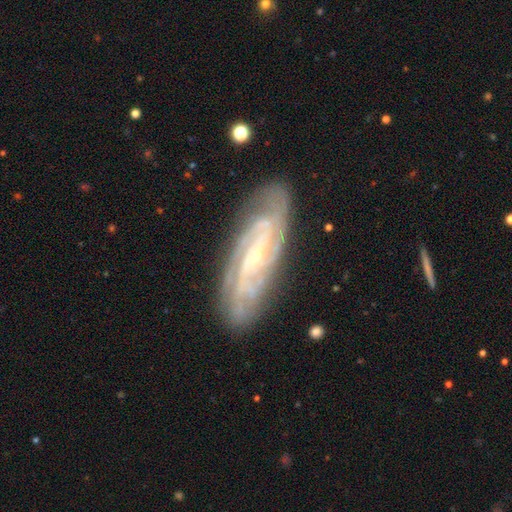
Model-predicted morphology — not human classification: type=featured or disk (87%); edge-on=no (89%); bar=weak (39%); spiral arms=yes (97%); winding=tight (61%); arm count=2 (31%); bulge=small (78%); merging=none (83%).